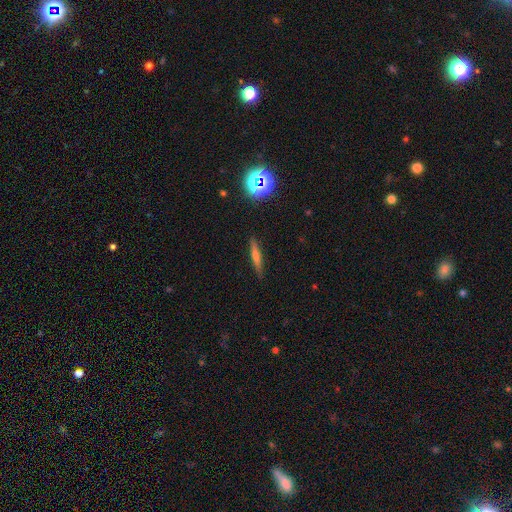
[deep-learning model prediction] Morphology: type=featured or disk (46%); merging=none (89%).